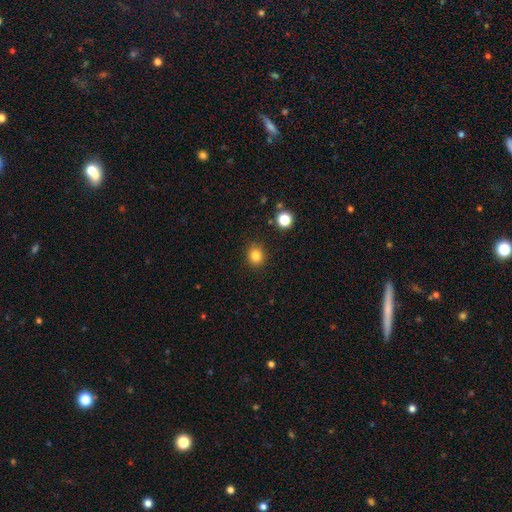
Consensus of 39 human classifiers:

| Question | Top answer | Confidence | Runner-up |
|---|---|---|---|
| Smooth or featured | smooth | 85% | star or artifact (10%) |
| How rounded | round | 82% | in between (18%) |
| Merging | none | 83% | minor disturbance (11%) |